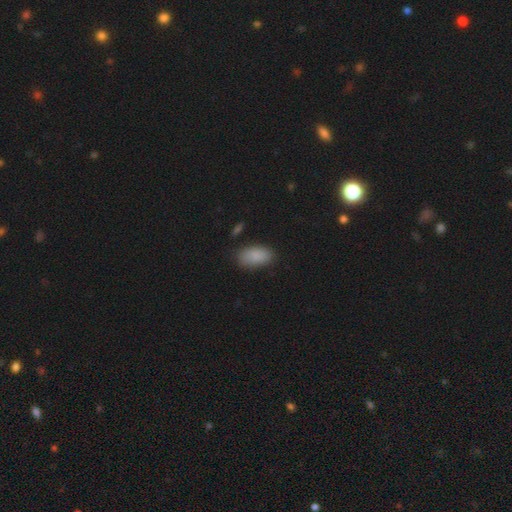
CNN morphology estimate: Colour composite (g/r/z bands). It shows a smooth galaxy with no disk features (88%) that is in between round and cigar-shaped (93%). Merging: none (79%).